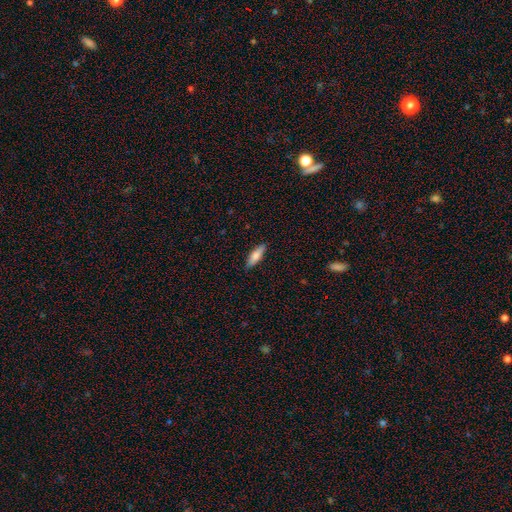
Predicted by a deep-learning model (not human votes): A smooth galaxy with no disk features (72%) that is cigar-shaped (56%). Merging: none (88%).